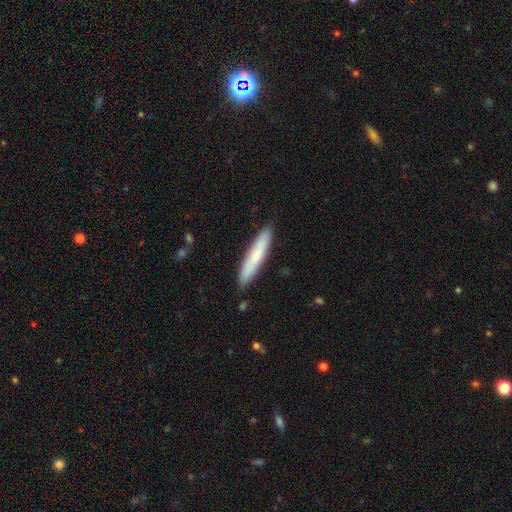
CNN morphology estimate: Overall: smooth (71%). How rounded: cigar-shaped (90%). Merging: none (86%).